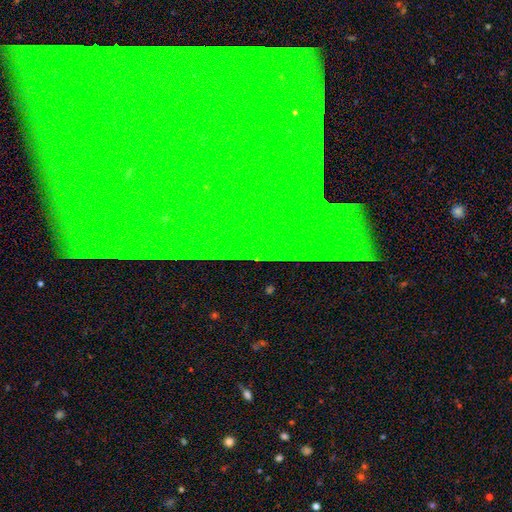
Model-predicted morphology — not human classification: star or artifact 84%, featured or disk 8%, smooth 7%.